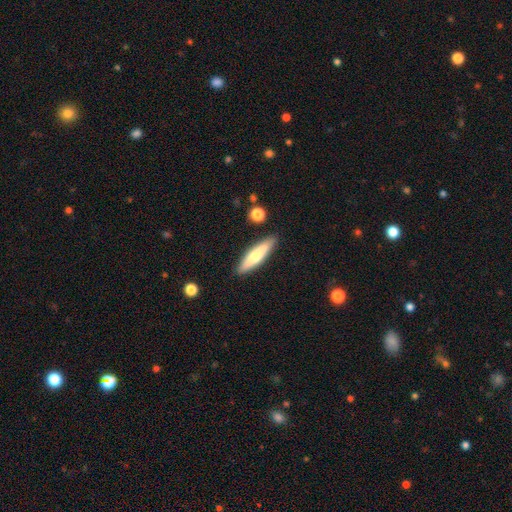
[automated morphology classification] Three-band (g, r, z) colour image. It shows a smooth galaxy with no disk features (62%) that is cigar-shaped (78%). Merging: none (88%).